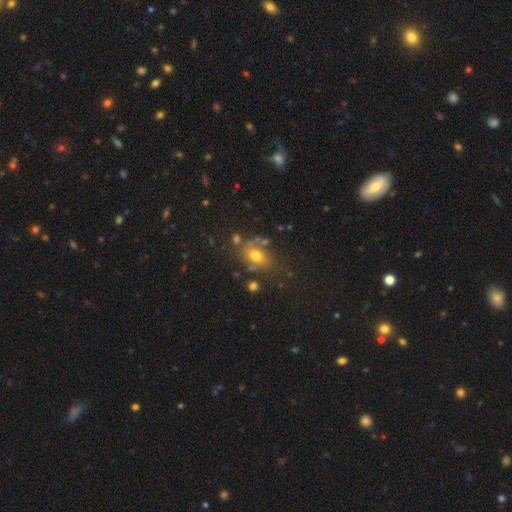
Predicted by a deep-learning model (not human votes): A smooth galaxy with no disk features (59%) that is in between round and cigar-shaped (64%). Merging: none (55%).